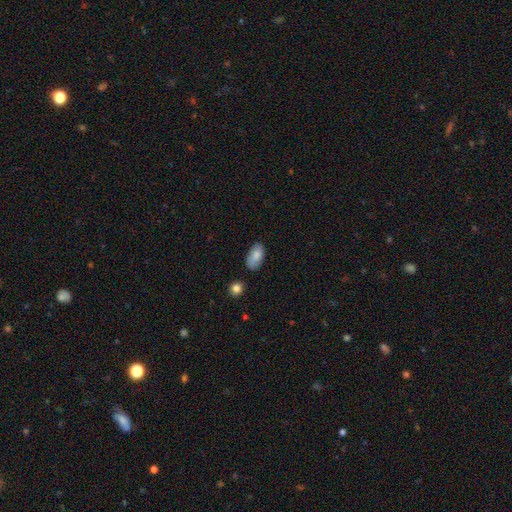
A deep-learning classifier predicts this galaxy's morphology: This appears to be a smooth galaxy with no disk features (85%) that is in between round and cigar-shaped (94%). Merging: none (75%).